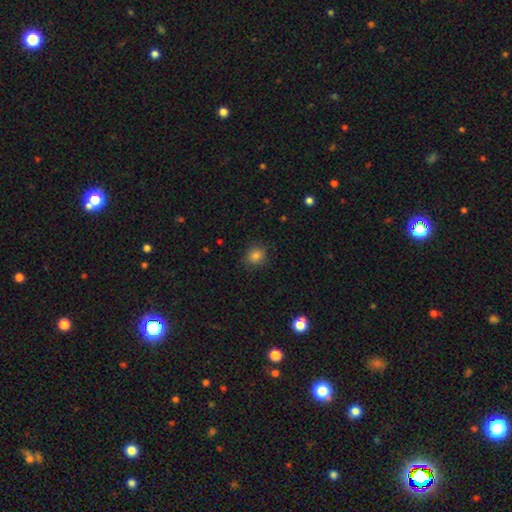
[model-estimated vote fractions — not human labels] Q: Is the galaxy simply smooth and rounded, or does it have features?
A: smooth — 83%.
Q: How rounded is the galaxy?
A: round — 78%.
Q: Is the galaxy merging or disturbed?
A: none — 84%.